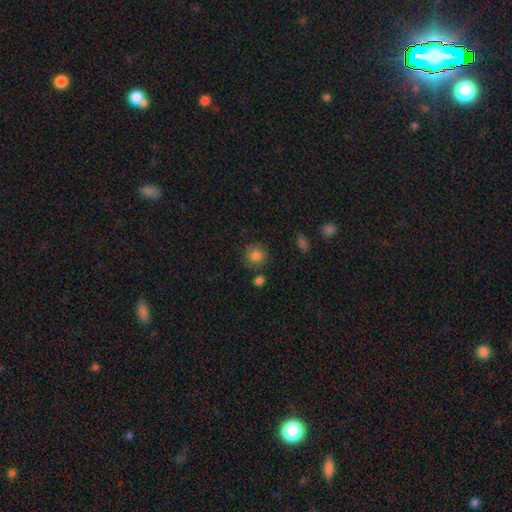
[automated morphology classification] Smooth or featured? smooth (82%)
How rounded? round (90%)
Merging? none (80%)